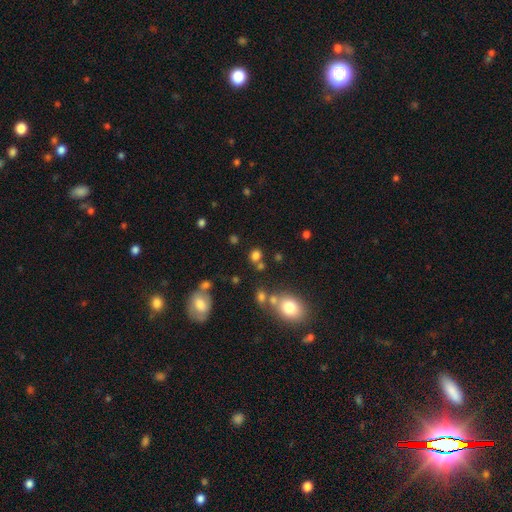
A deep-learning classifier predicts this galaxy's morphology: A smooth galaxy with no disk features (74%) that is round (77%). Merging: none (70%).